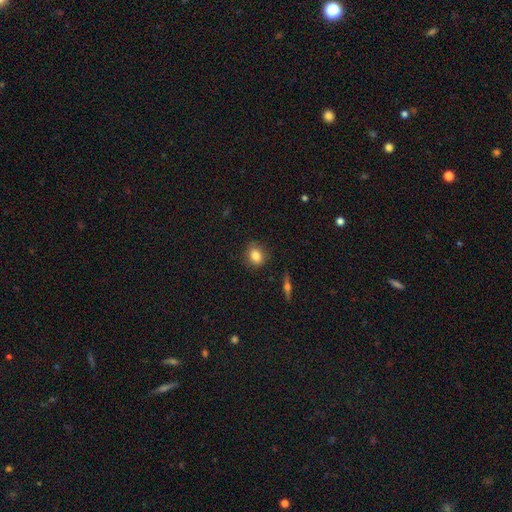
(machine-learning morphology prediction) Q: Smooth or featured?
A: smooth (82%); runner-up: featured or disk (9%)
Q: How rounded?
A: round (59%); runner-up: in between (40%)
Q: Merging?
A: none (83%); runner-up: minor disturbance (12%)